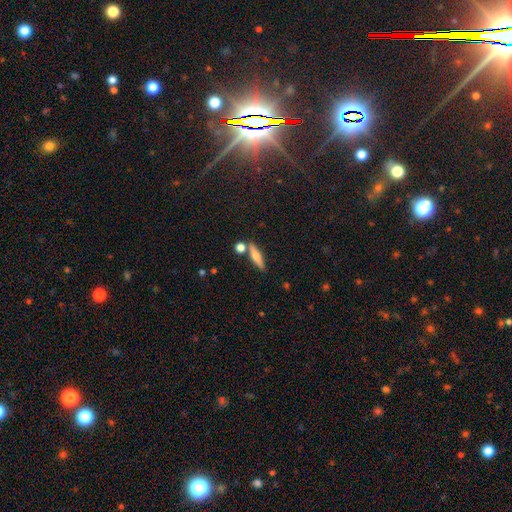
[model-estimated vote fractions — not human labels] A featured or disk galaxy (47%).

Vote fractions:
- Smooth or featured? featured or disk: 47% / smooth: 46% / star or artifact: 8%
- Merging? none: 75% / merger: 13% / minor disturbance: 10% / major disturbance: 3%